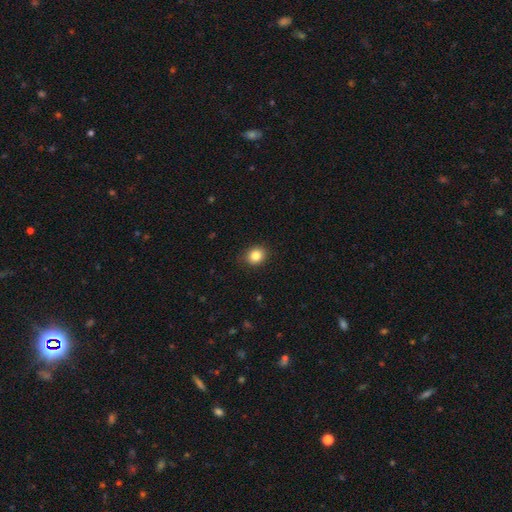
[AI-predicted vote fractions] A smooth galaxy with no disk features (85%) that is round (64%). Merging: none (87%).